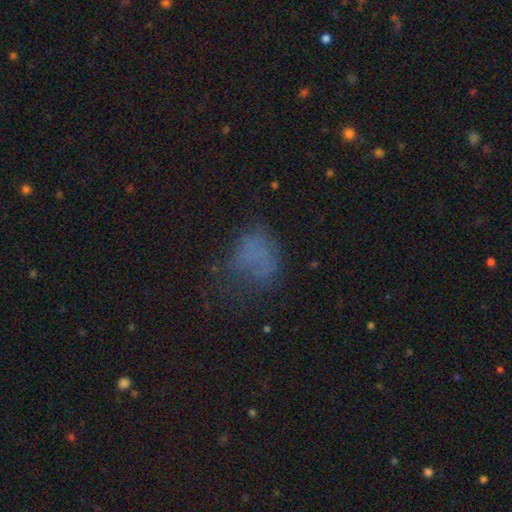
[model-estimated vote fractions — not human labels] Smooth or featured: smooth — 56% (star or artifact — 23%)
How rounded: in between — 55% (round — 43%)
Merging: none — 43% (major disturbance — 29%)